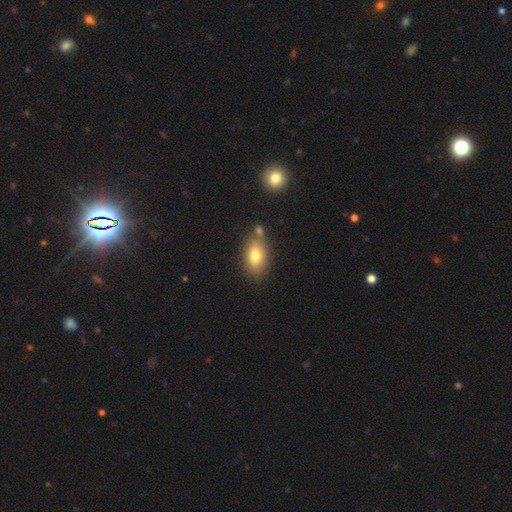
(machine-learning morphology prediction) smooth 76%, featured or disk 15%, star or artifact 9%. Down the decision tree: how rounded — in between (86%); merging — none (67%).